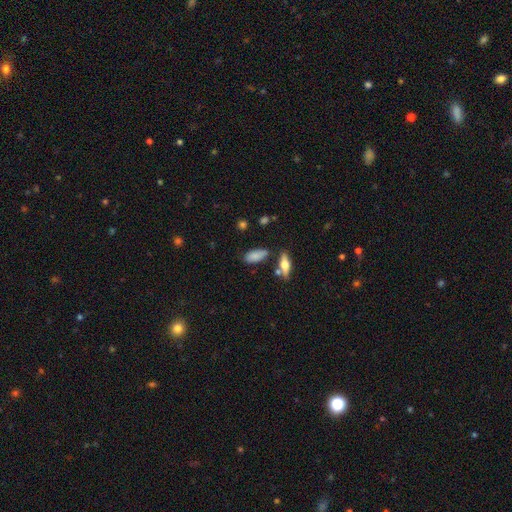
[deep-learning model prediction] Smooth or featured: smooth — 81% (featured or disk — 11%)
How rounded: in between — 83% (cigar-shaped — 14%)
Merging: none — 69% (minor disturbance — 19%)